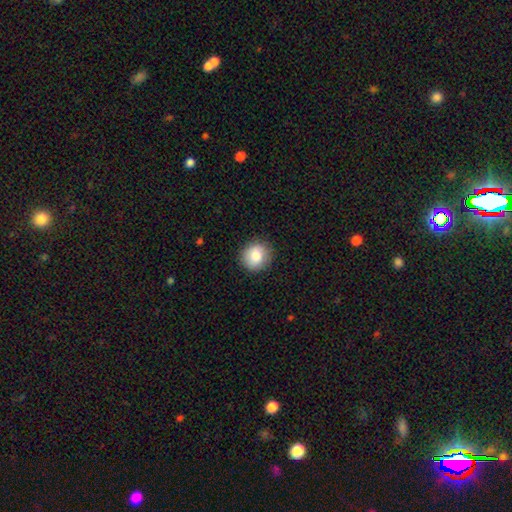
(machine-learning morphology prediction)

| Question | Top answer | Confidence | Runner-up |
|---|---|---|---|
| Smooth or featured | smooth | 82% | featured or disk (10%) |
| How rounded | round | 84% | in between (15%) |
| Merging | none | 89% | minor disturbance (8%) |